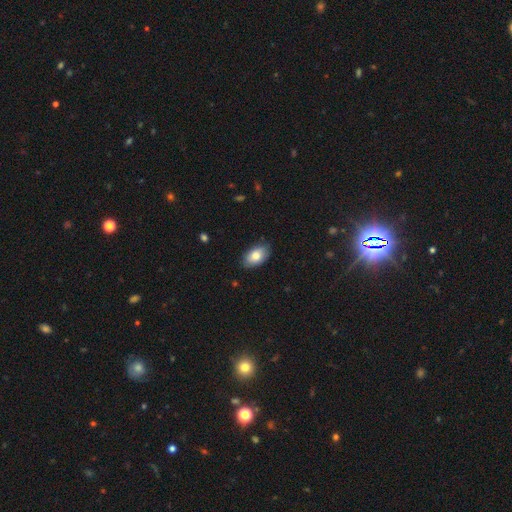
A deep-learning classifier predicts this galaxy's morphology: This appears to be a smooth galaxy with no disk features (80%) that is in between round and cigar-shaped (94%). Merging: none (84%).